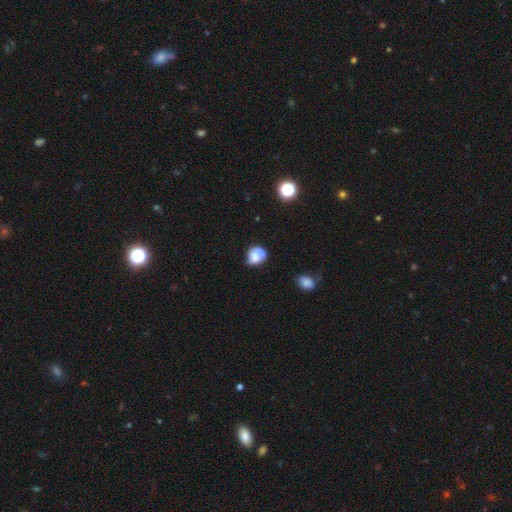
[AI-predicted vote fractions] Smooth or featured? smooth (53%)
How rounded? round (63%)
Merging? none (50%)